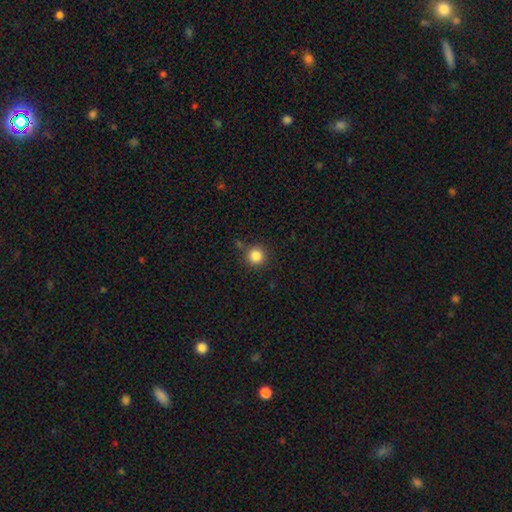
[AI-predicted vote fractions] A smooth galaxy with no disk features (85%) that is round (94%).

Vote fractions:
- Smooth or featured? smooth: 85% / star or artifact: 11% / featured or disk: 4%
- How rounded? round: 94% / in between: 5% / cigar-shaped: 1%
- Merging? none: 84% / minor disturbance: 9% / merger: 4% / major disturbance: 3%